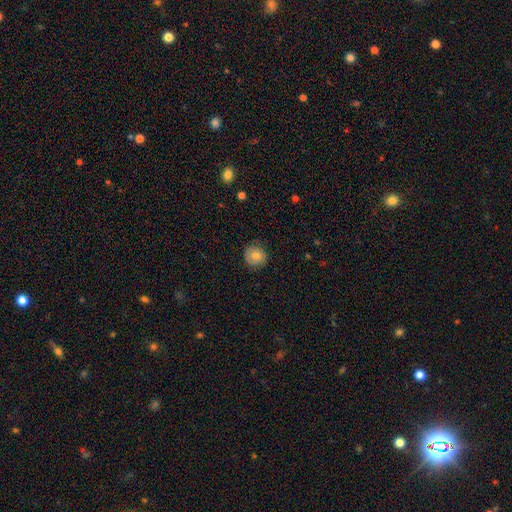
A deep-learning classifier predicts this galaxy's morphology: Smooth or featured? smooth (76%)
How rounded? round (88%)
Merging? none (84%)